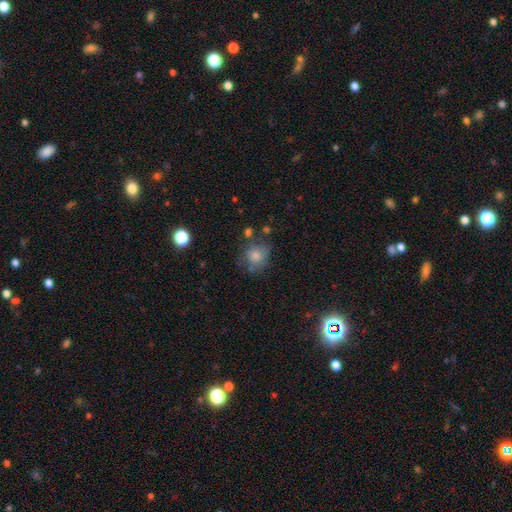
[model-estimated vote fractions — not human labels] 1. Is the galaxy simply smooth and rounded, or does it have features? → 77% smooth, 13% featured or disk, 11% star or artifact.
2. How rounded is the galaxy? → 78% round, 21% in between, 1% cigar-shaped.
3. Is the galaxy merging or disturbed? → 60% none, 23% minor disturbance, 10% major disturbance, 7% merger.